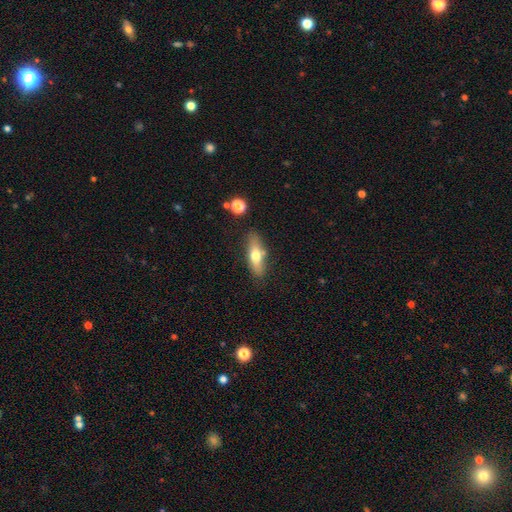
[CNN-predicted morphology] Q: Smooth or featured?
A: smooth (62%); runner-up: featured or disk (31%)
Q: How rounded?
A: in between (52%); runner-up: cigar-shaped (45%)
Q: Merging?
A: none (77%); runner-up: minor disturbance (15%)